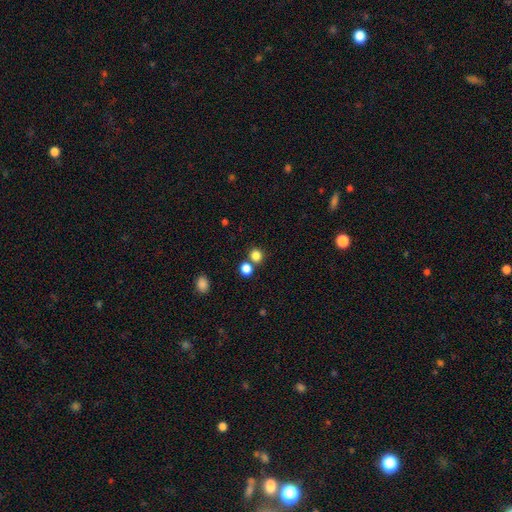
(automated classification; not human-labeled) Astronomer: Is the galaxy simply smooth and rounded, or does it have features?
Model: smooth — 83%.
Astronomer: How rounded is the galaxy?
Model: round — 84%.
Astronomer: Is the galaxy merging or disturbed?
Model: none — 68%.